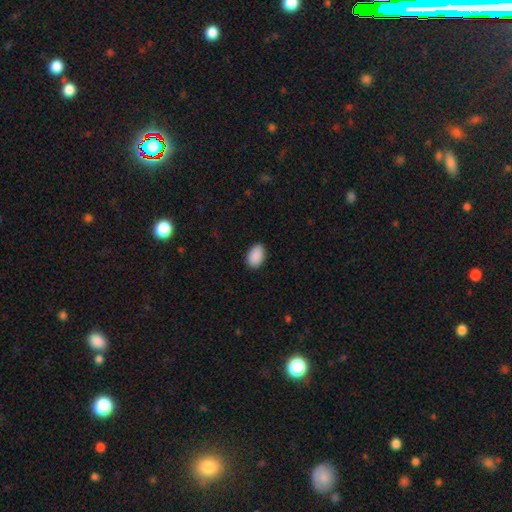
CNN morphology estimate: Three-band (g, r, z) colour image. It shows a smooth galaxy with no disk features (91%) that is in between round and cigar-shaped (89%). Merging: none (88%).